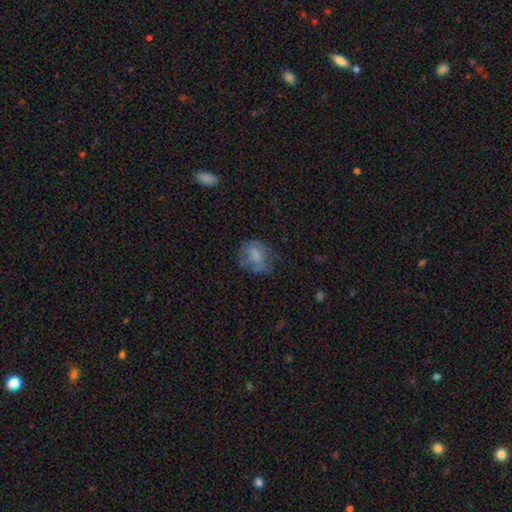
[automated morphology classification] Smooth or featured? Predicted: smooth (p=0.59). How rounded? Predicted: round (p=0.55). Merging? Predicted: none (p=0.53).